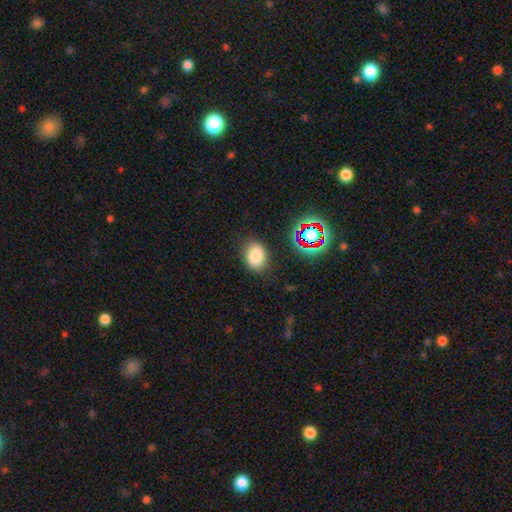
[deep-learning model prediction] The model was most divided on "how rounded": in between: 70%, round: 29%, cigar-shaped: 1%. More confident: smooth or featured — smooth (80%); merging — none (79%).